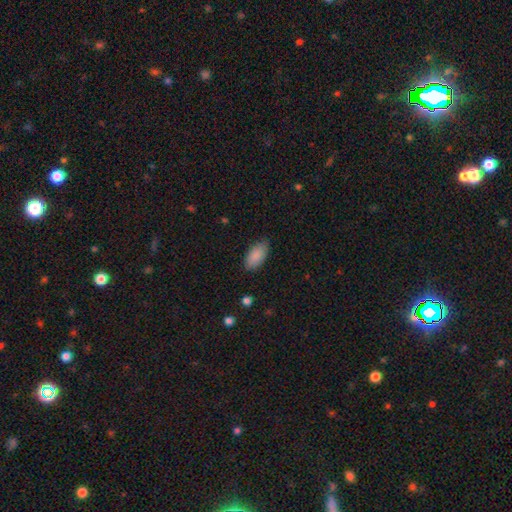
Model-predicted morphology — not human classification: Smooth or featured? smooth (88%)
How rounded? in between (93%)
Merging? none (83%)